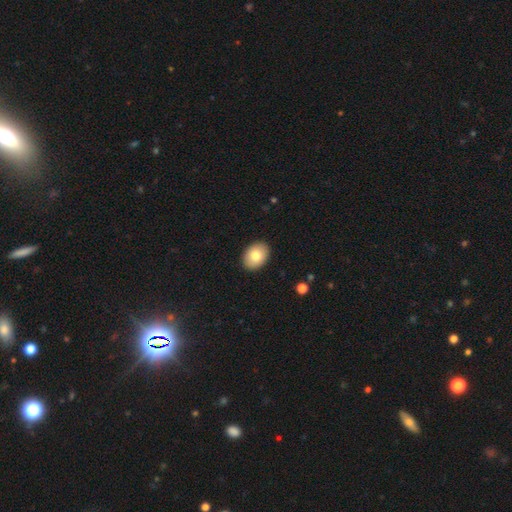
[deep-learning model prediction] smooth 81%, featured or disk 12%, star or artifact 7%. Down the decision tree: how rounded — in between (73%); merging — none (90%).